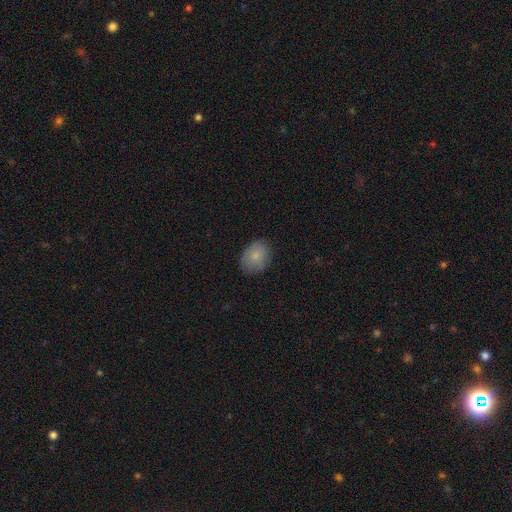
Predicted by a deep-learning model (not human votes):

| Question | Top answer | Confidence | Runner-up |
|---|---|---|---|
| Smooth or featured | smooth | 80% | featured or disk (12%) |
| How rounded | in between | 58% | round (41%) |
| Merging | none | 79% | minor disturbance (16%) |